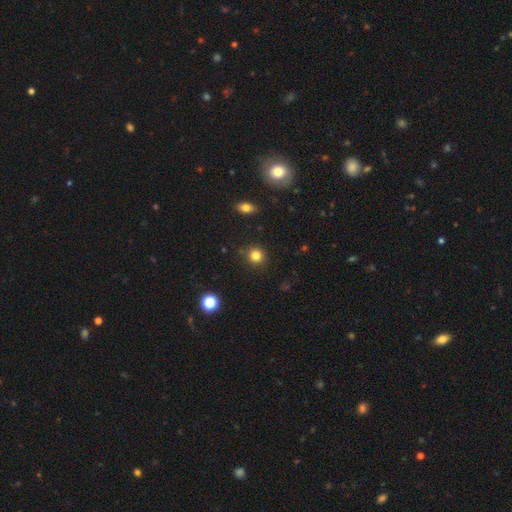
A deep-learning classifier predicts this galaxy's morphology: Smooth or featured: smooth — 83% (star or artifact — 12%)
How rounded: round — 89% (in between — 10%)
Merging: none — 89% (minor disturbance — 8%)